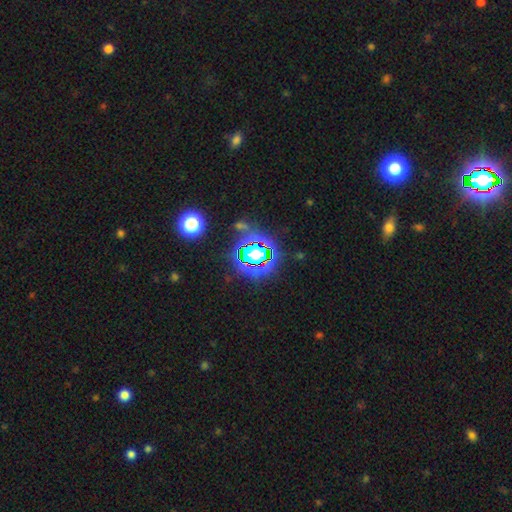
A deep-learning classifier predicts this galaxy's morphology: smooth-or-featured: star or artifact: 67% | smooth: 20% | featured or disk: 13%